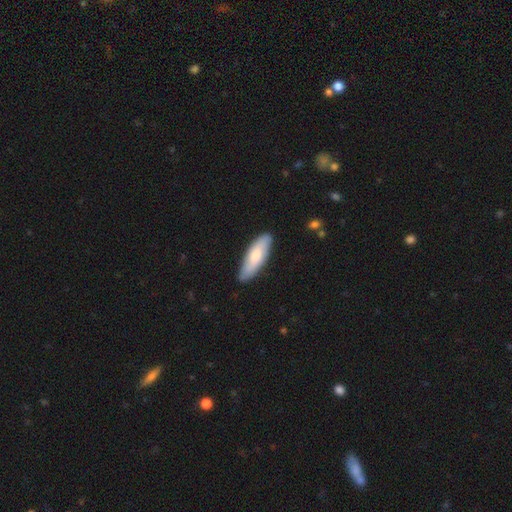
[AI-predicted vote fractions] The model was most divided on "how rounded": in between: 52%, cigar-shaped: 46%, round: 2%. More confident: merging — none (85%); smooth or featured — smooth (70%).